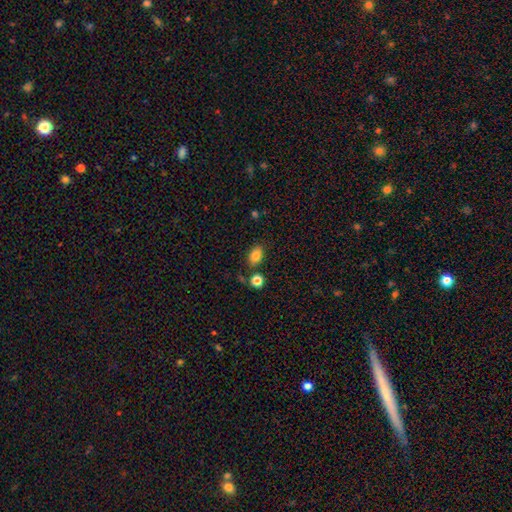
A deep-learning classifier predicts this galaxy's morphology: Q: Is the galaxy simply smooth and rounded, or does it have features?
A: smooth — 83%.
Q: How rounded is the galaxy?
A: in between — 77%.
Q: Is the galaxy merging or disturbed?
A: none — 77%.